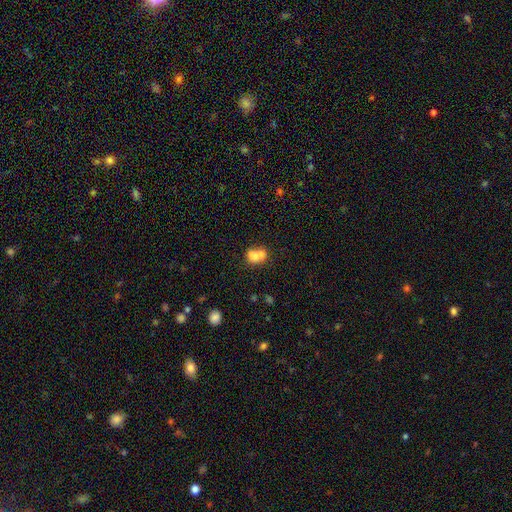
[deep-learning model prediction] smooth_or_featured: smooth (p=0.69) [alt: featured or disk p=0.20]
how_rounded: round (p=0.51) [alt: in between p=0.47]
merging: merger (p=0.66) [alt: none p=0.23]